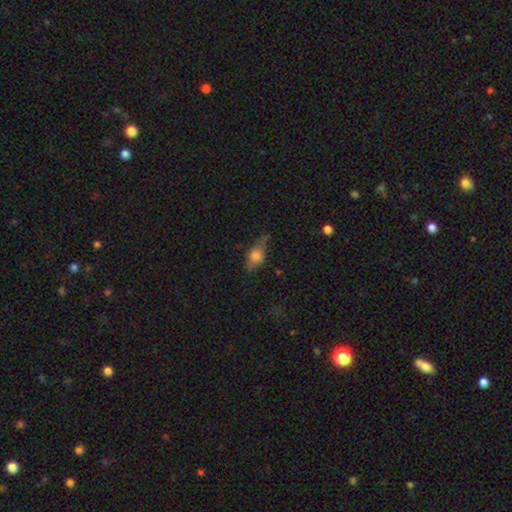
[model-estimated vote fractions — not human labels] smooth-or-featured: smooth: 65% | featured or disk: 26% | star or artifact: 10%
  how-rounded: in between: 75% | round: 14% | cigar-shaped: 11%
  merging: none: 54% | minor disturbance: 31% | major disturbance: 12% | merger: 4%